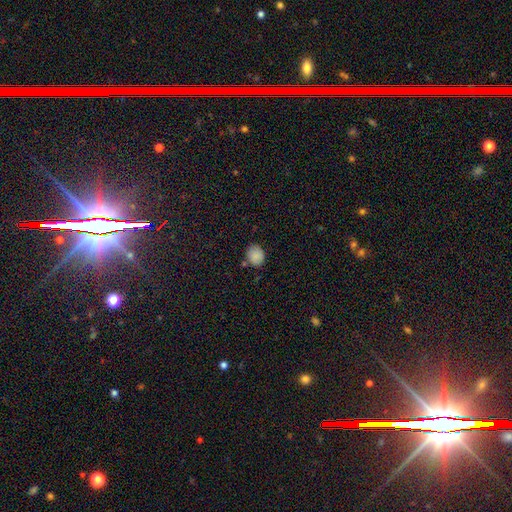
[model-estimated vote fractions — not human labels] smooth_or_featured: smooth (p=0.86) [alt: star or artifact p=0.09]
how_rounded: round (p=0.54) [alt: in between p=0.45]
merging: none (p=0.74) [alt: minor disturbance p=0.17]